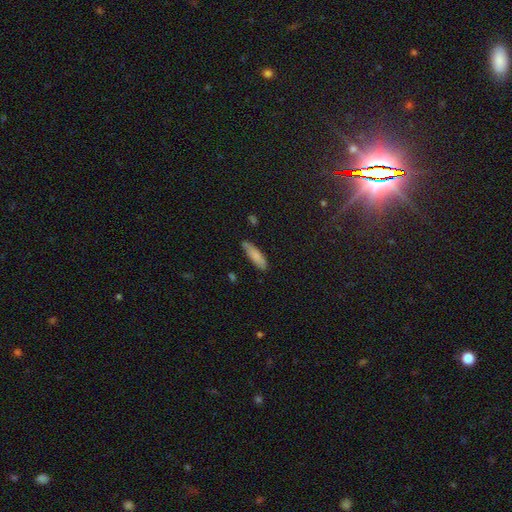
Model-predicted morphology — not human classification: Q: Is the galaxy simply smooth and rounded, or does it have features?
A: smooth — 81%.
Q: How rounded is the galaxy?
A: cigar-shaped — 59%.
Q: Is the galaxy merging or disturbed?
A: none — 69%.